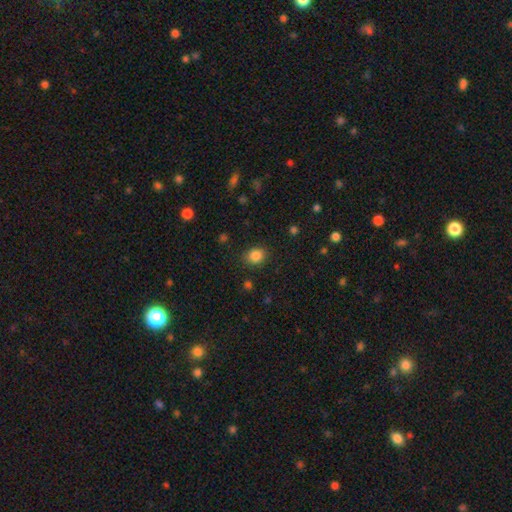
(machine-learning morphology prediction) Smooth or featured: smooth — 85% (star or artifact — 11%)
How rounded: round — 66% (in between — 33%)
Merging: none — 86% (minor disturbance — 10%)